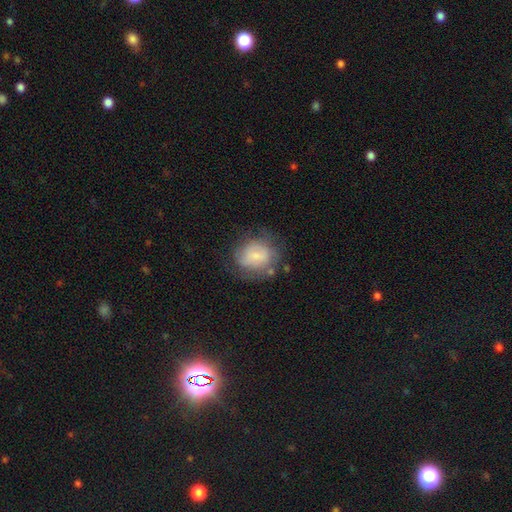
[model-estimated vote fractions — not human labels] The model was most divided on "smooth or featured": smooth: 57%, featured or disk: 34%, star or artifact: 8%. More confident: how rounded — round (68%); merging — none (57%).